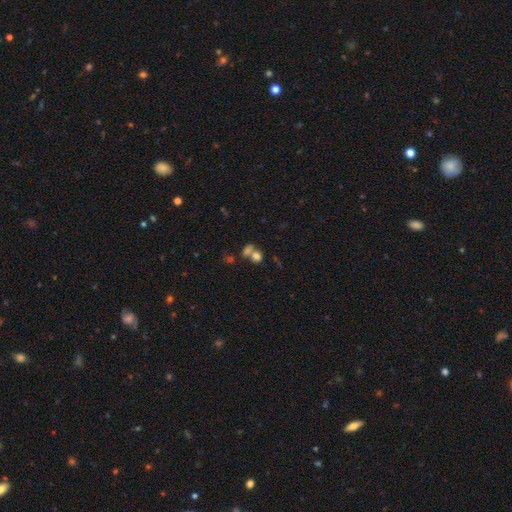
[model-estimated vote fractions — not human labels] Smooth or featured: smooth — 73% (star or artifact — 16%)
How rounded: round — 62% (in between — 36%)
Merging: merger — 48% (none — 37%)